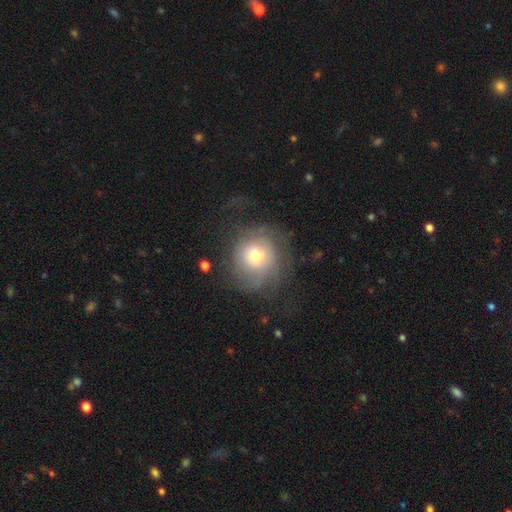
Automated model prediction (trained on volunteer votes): Morphology: type=smooth (57%); roundness=round (86%); merging=none (52%).